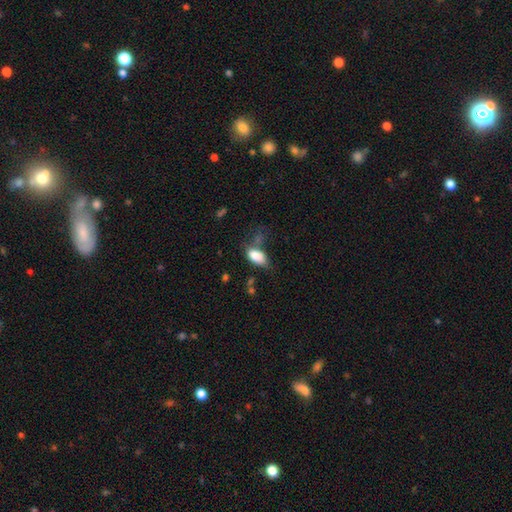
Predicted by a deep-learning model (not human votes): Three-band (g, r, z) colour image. It shows a smooth galaxy with no disk features (82%) that is in between round and cigar-shaped (92%). Merging: none (39%).